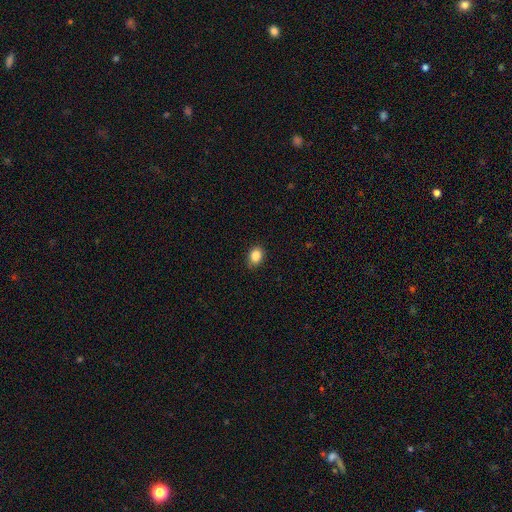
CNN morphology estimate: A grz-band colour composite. It shows a smooth galaxy with no disk features (86%) that is in between round and cigar-shaped (62%). Merging: none (83%).